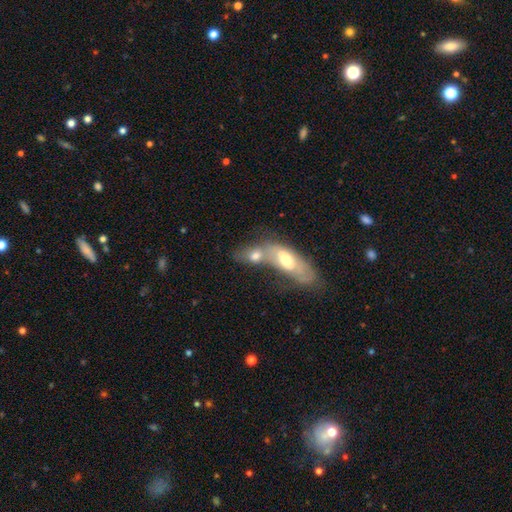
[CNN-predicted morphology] Q: Smooth or featured?
A: smooth (59%); runner-up: featured or disk (33%)
Q: How rounded?
A: in between (76%); runner-up: cigar-shaped (13%)
Q: Merging?
A: merger (67%); runner-up: none (19%)